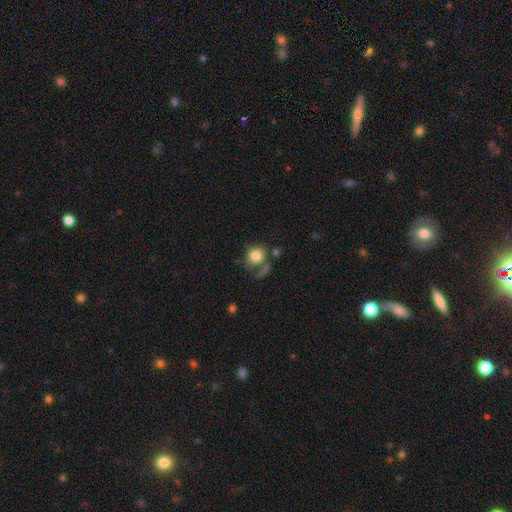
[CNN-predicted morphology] Overall: smooth (77%). How rounded: round (69%; in between 30%). Merging: none (45%; minor disturbance 19%).